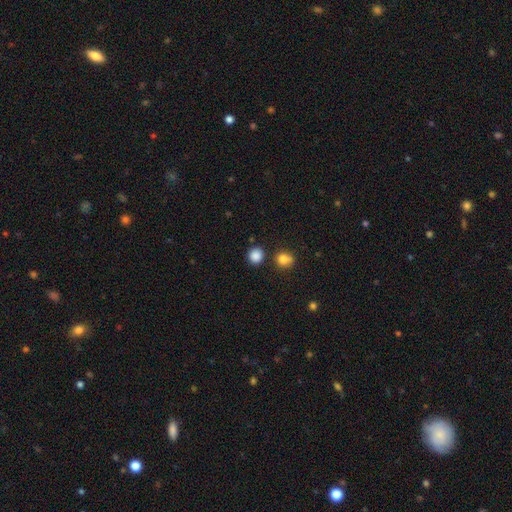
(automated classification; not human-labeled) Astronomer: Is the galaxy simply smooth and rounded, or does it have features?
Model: smooth — 86%.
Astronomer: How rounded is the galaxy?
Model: round — 90%.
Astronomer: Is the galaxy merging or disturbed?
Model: none — 82%.